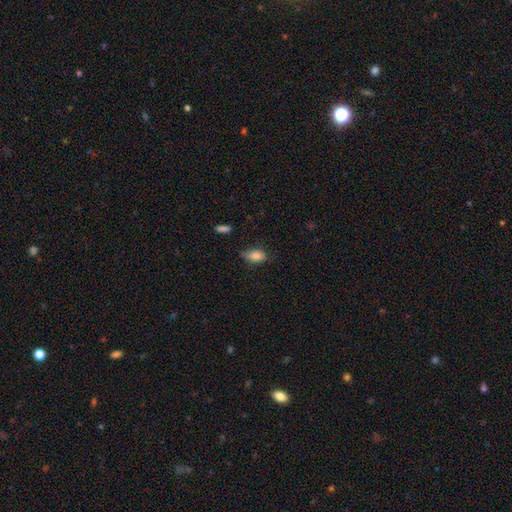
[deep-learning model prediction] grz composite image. It shows a smooth galaxy with no disk features (83%) that is in between round and cigar-shaped (88%). Merging: none (69%).